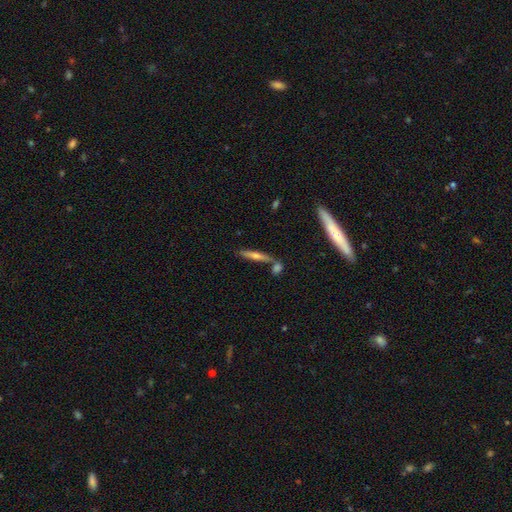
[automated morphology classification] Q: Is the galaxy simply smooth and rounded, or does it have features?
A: featured or disk — 52%.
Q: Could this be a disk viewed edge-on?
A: yes — 91%.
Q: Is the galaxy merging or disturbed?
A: none — 70%.